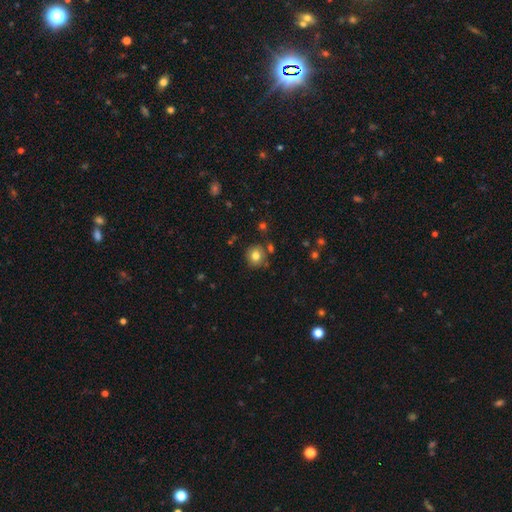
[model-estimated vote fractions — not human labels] A smooth galaxy with no disk features (79%) that is round (87%).

Vote fractions:
- Smooth or featured? smooth: 79% / star or artifact: 12% / featured or disk: 9%
- How rounded? round: 87% / in between: 12% / cigar-shaped: 1%
- Merging? none: 81% / minor disturbance: 10% / merger: 6% / major disturbance: 3%